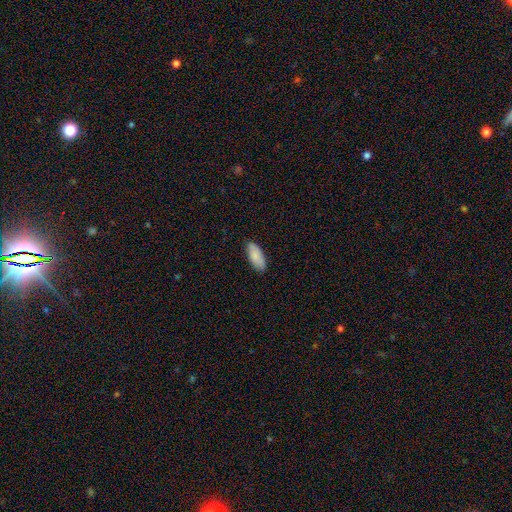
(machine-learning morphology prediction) smooth_or_featured: smooth (p=0.87) [alt: featured or disk p=0.07]
how_rounded: in between (p=0.85) [alt: cigar-shaped p=0.13]
merging: none (p=0.87) [alt: minor disturbance p=0.11]